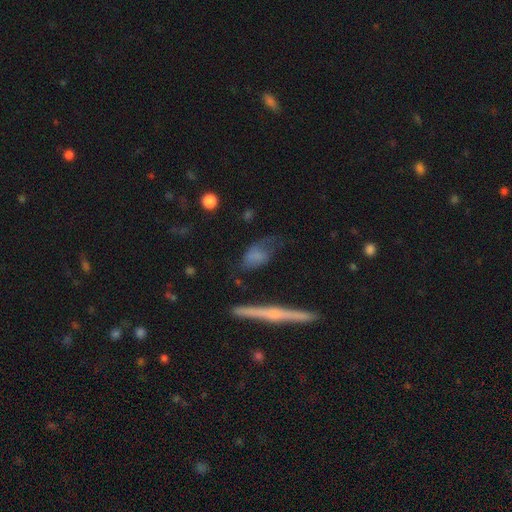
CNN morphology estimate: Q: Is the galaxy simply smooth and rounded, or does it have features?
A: smooth — 57%.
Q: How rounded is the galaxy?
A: in between — 74%.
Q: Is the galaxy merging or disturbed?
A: none — 45%.